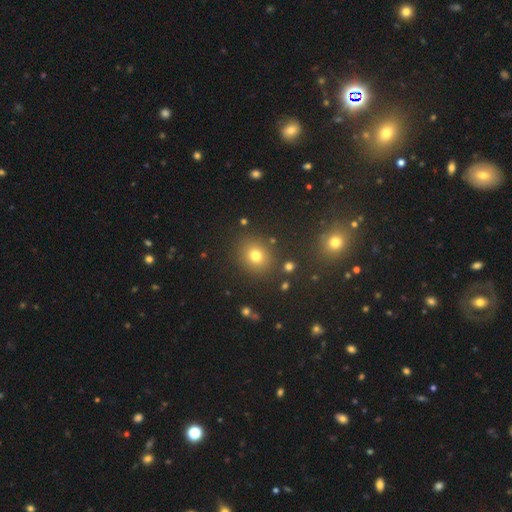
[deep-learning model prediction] This is likely a smooth galaxy (73%). How rounded: likely round (76%). Merging: clearly none (85%).